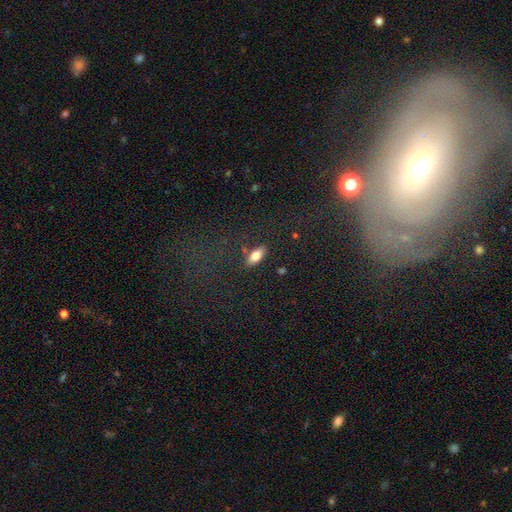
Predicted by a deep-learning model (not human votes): smooth 79%, featured or disk 13%, star or artifact 8%. Down the decision tree: how rounded — in between (85%); merging — none (84%).